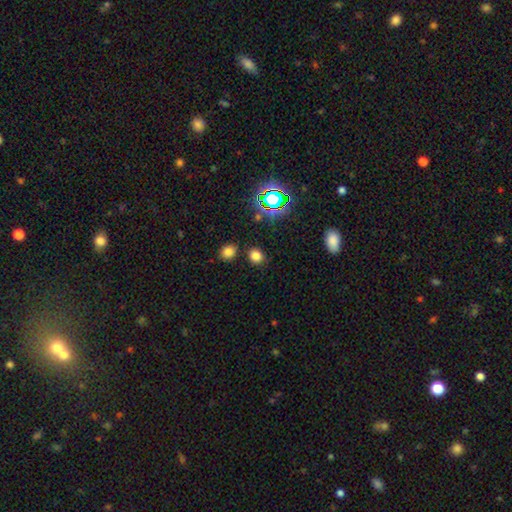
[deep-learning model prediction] smooth 74%, star or artifact 20%, featured or disk 5%. Down the decision tree: how rounded — round (67%); merging — none (82%).